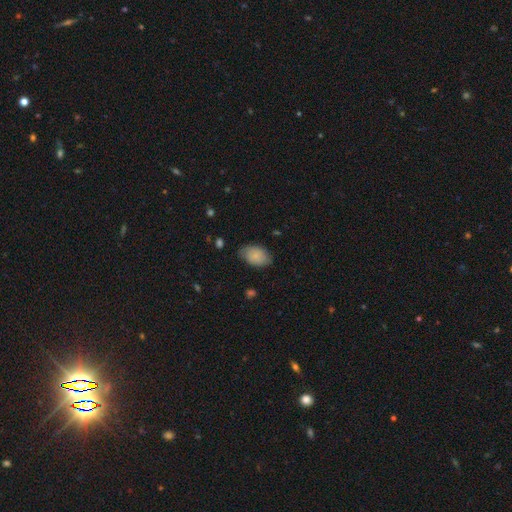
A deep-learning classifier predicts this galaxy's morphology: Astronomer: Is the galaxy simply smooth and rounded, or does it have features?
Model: smooth — 80%.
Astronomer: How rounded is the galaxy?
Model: in between — 91%.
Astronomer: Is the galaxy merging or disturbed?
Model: none — 74%.